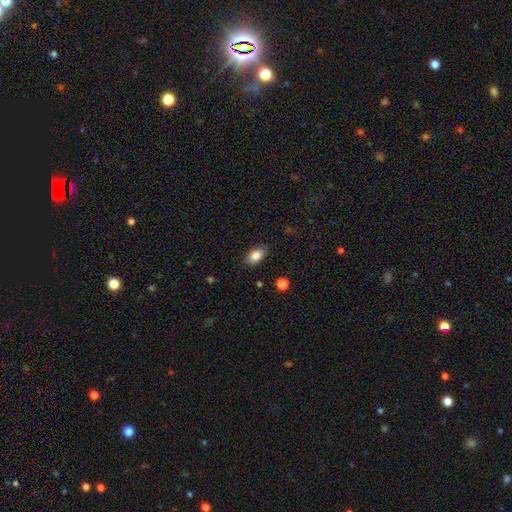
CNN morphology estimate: Q: Smooth or featured?
A: smooth (85%); runner-up: star or artifact (8%)
Q: How rounded?
A: in between (90%); runner-up: round (8%)
Q: Merging?
A: none (84%); runner-up: minor disturbance (12%)